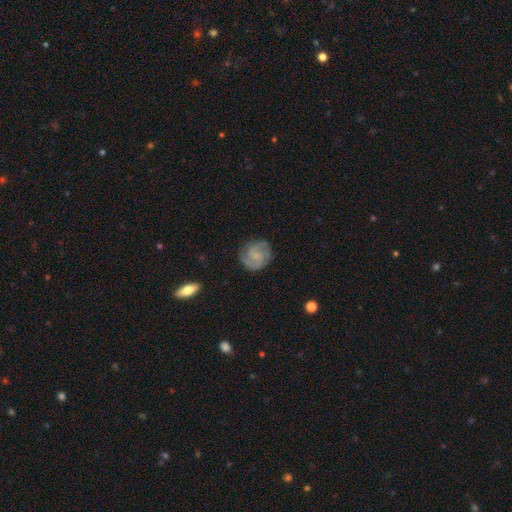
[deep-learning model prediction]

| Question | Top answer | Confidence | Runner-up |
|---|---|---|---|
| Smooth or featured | featured or disk | 76% | smooth (18%) |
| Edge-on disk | no | 98% | yes (2%) |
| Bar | no | 60% | weak (34%) |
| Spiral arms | yes | 96% | no (4%) |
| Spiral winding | tight | 46% | medium (44%) |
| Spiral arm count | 2 | 79% | 3 (8%) |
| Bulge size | small | 46% | none (35%) |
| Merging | none | 81% | minor disturbance (13%) |